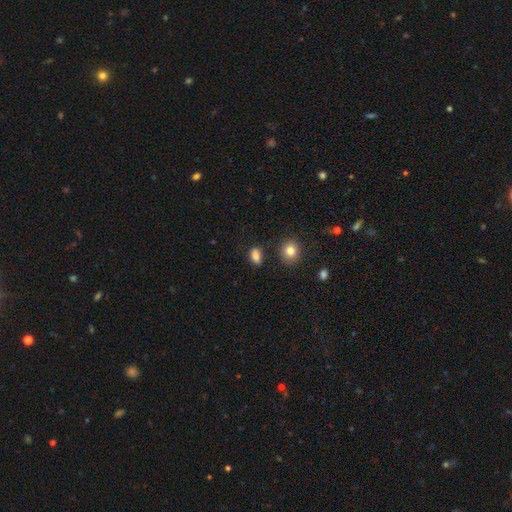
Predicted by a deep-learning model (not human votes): Smooth or featured? smooth (85%)
How rounded? in between (82%)
Merging? none (79%)